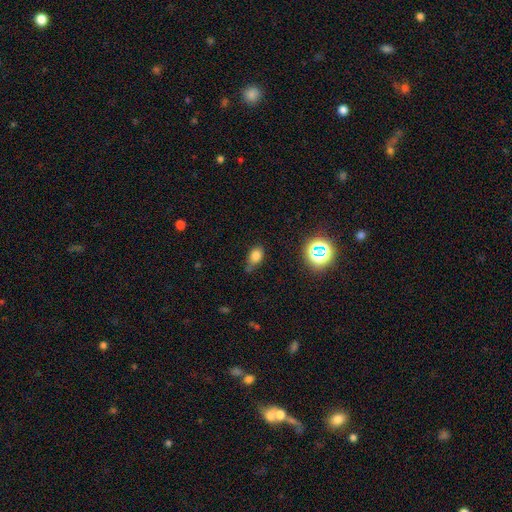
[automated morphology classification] A smooth galaxy with no disk features (76%) that is in between round and cigar-shaped (76%). Merging: none (56%).